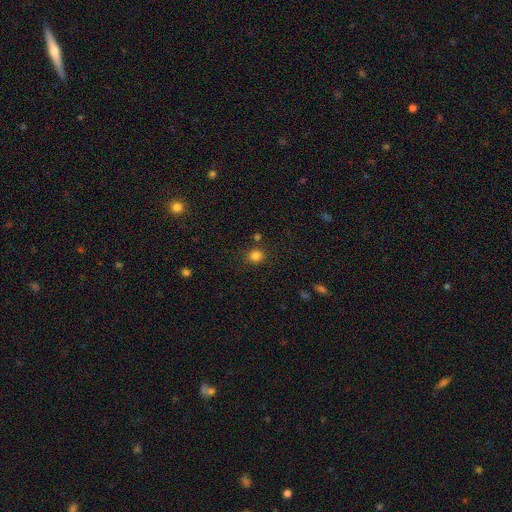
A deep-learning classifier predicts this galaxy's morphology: This is clearly a smooth galaxy (82%). How rounded: clearly round (86%). Merging: clearly none (82%).